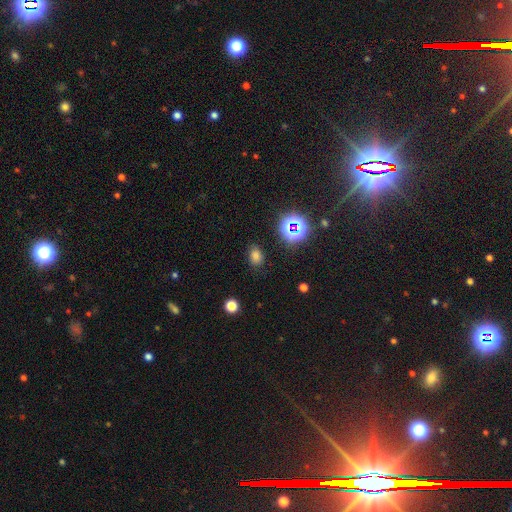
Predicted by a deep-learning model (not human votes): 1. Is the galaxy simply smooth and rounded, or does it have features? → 70% smooth, 23% star or artifact, 7% featured or disk.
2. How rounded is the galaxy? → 70% in between, 29% round, 1% cigar-shaped.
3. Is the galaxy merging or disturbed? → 81% none, 13% minor disturbance, 4% major disturbance, 2% merger.